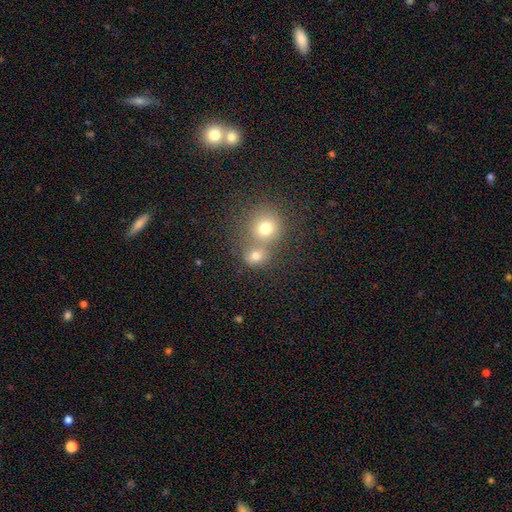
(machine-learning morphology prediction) This is likely a smooth galaxy (75%). How rounded: likely round (76%). Merging: possibly merger (46%).